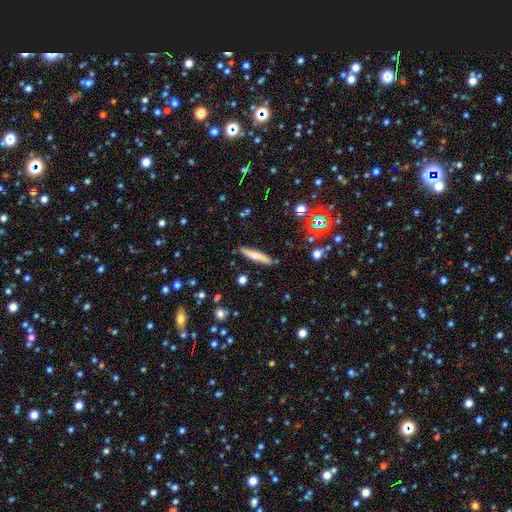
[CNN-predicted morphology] The model was most divided on "smooth or featured": smooth: 63%, featured or disk: 29%, star or artifact: 8%. More confident: merging — none (86%); how rounded — cigar-shaped (85%).